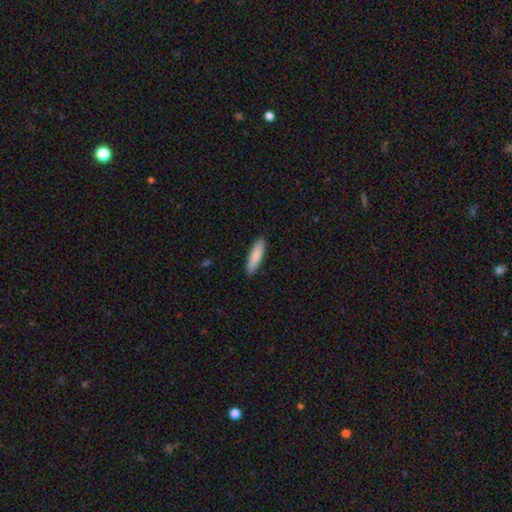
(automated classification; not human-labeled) This is clearly a smooth galaxy (86%). How rounded: likely cigar-shaped (70%). Merging: clearly none (91%).